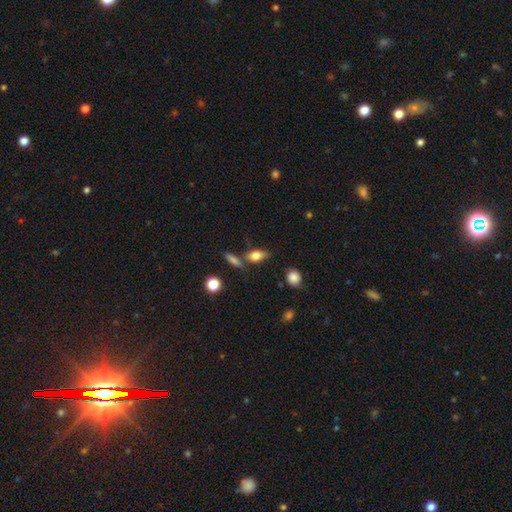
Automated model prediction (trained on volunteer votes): Smooth or featured?
  - smooth: 69% *
  - featured or disk: 22%
  - star or artifact: 9%
How rounded?
  - in between: 77% *
  - cigar-shaped: 15%
  - round: 8%
Merging?
  - none: 65% *
  - merger: 16%
  - minor disturbance: 14%
  - major disturbance: 5%